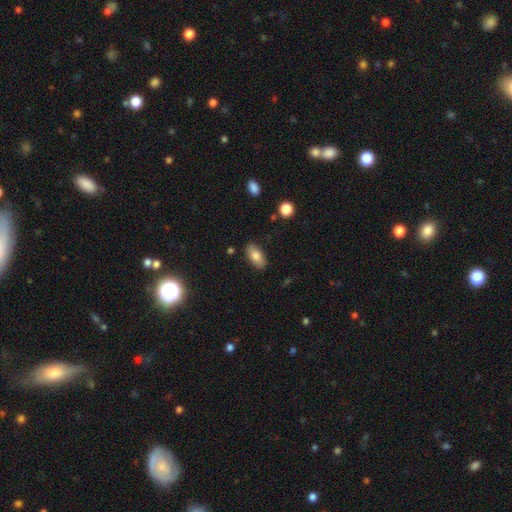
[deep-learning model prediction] Overall: smooth (81%). How rounded: in between (91%). Merging: none (85%).